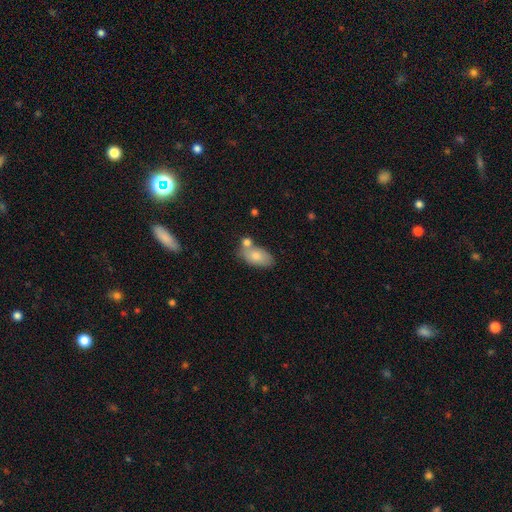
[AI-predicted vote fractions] A smooth galaxy with no disk features (79%) that is in between round and cigar-shaped (93%). Merging: none (56%).